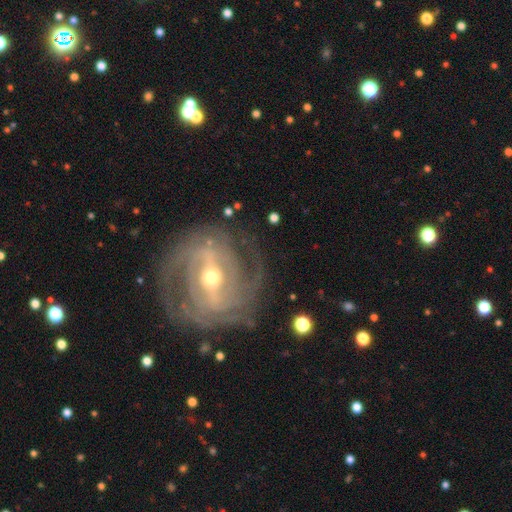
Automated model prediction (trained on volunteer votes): Smooth or featured? featured or disk (85%)
Edge-on disk? no (93%)
Bar? strong (56%)
Spiral arms? yes (91%)
Spiral winding? tight (59%)
Spiral arm count? can't tell (36%)
Bulge size? small (48%)
Merging? none (75%)